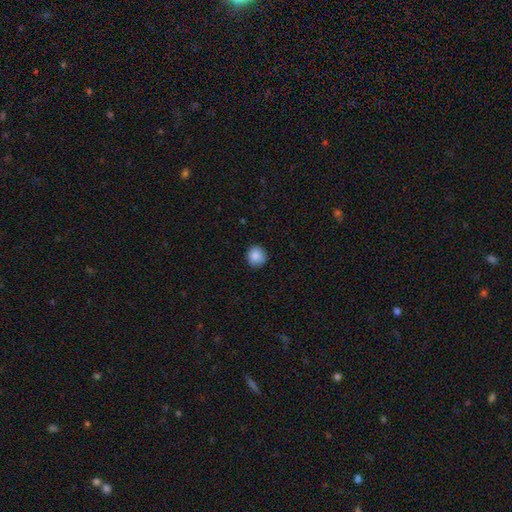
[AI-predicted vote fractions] This appears to be a smooth galaxy with no disk features (88%) that is round (92%). Merging: none (90%).